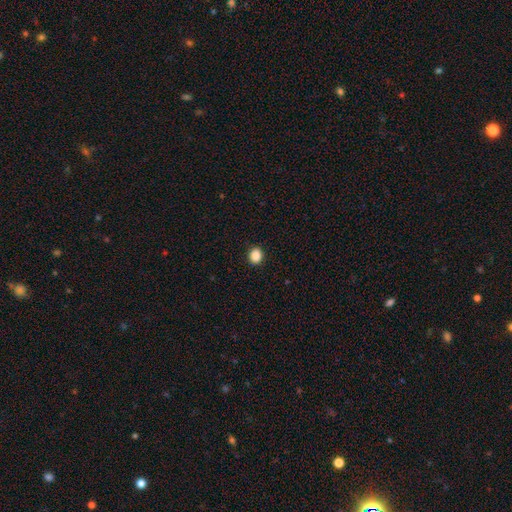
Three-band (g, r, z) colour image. It shows a smooth galaxy with no disk features (92%) that is round (86%). Merging: none (94%).